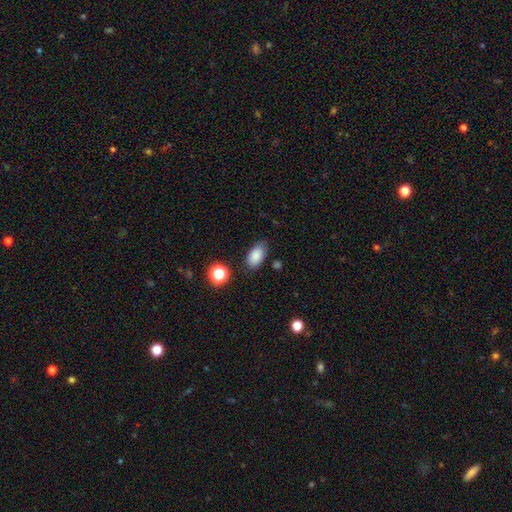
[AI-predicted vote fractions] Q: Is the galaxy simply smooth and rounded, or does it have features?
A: smooth — 86%.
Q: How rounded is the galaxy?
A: in between — 92%.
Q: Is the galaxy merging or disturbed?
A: none — 81%.